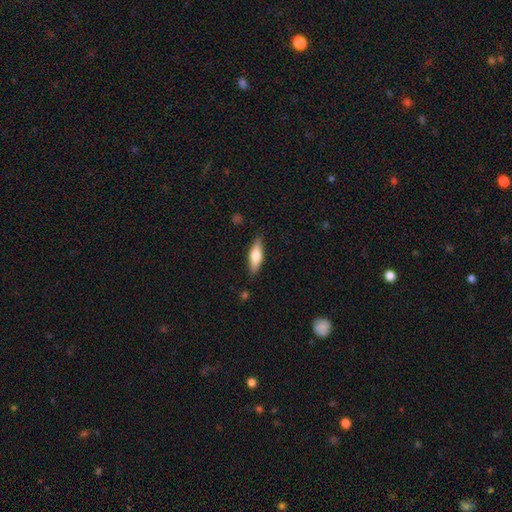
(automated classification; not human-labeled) Smooth or featured? smooth (65%)
How rounded? in between (51%)
Merging? none (85%)